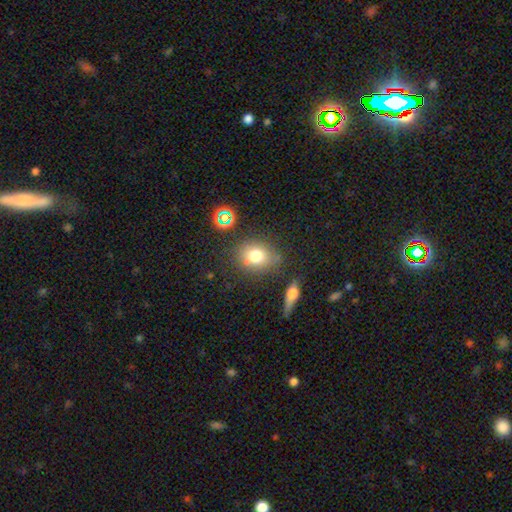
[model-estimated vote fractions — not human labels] Q: Smooth or featured?
A: smooth (73%); runner-up: star or artifact (13%)
Q: How rounded?
A: round (52%); runner-up: in between (46%)
Q: Merging?
A: none (73%); runner-up: minor disturbance (16%)